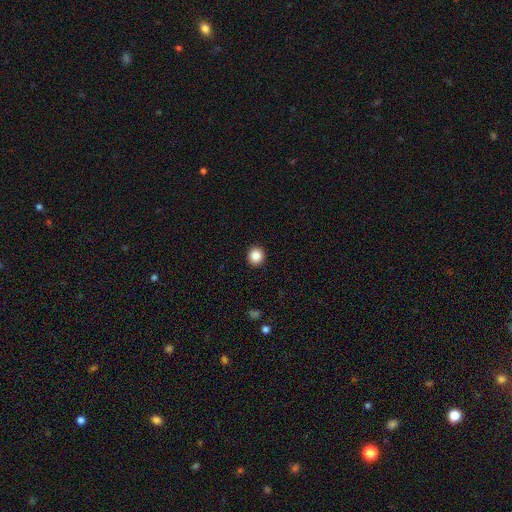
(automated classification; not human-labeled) This is clearly a smooth galaxy (86%). How rounded: clearly round (91%). Merging: clearly none (93%).